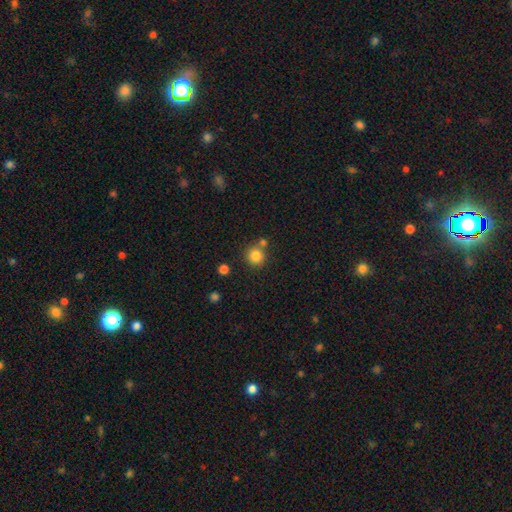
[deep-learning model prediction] Morphology: type=smooth (83%); roundness=round (91%); merging=none (71%).